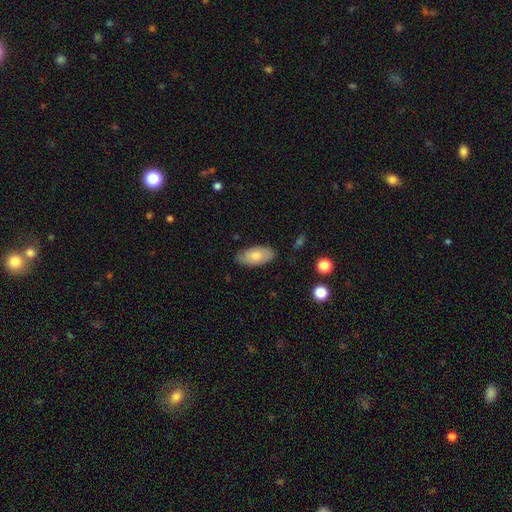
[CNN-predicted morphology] A smooth galaxy with no disk features (74%) that is in between round and cigar-shaped (94%). Merging: none (79%).